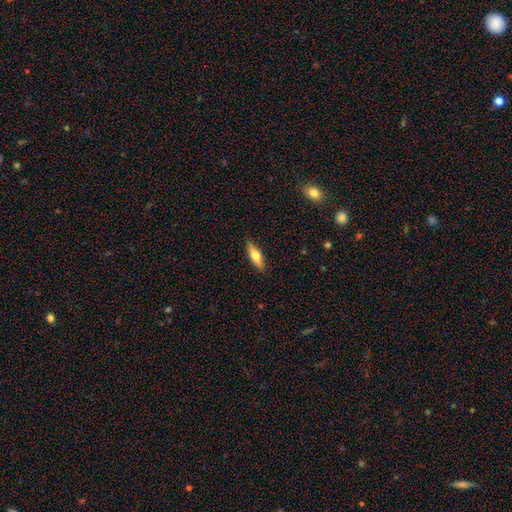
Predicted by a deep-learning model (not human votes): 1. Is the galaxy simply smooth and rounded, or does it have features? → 58% smooth, 36% featured or disk, 6% star or artifact.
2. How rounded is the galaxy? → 52% cigar-shaped, 45% in between, 3% round.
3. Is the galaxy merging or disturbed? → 89% none, 8% minor disturbance, 2% major disturbance, 1% merger.